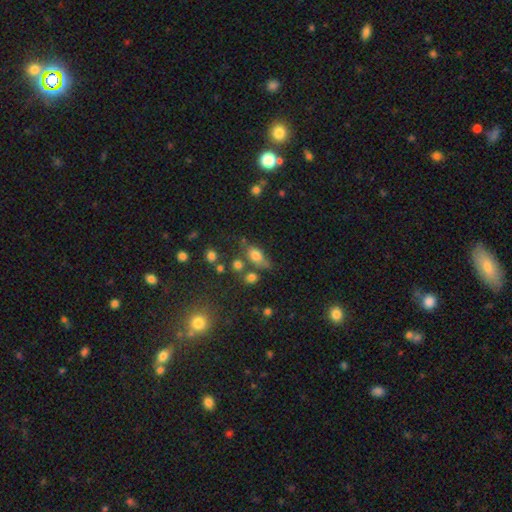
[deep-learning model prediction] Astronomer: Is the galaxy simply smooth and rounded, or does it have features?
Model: smooth — 72%.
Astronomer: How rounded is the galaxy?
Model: in between — 79%.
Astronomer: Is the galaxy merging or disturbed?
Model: none — 49%.